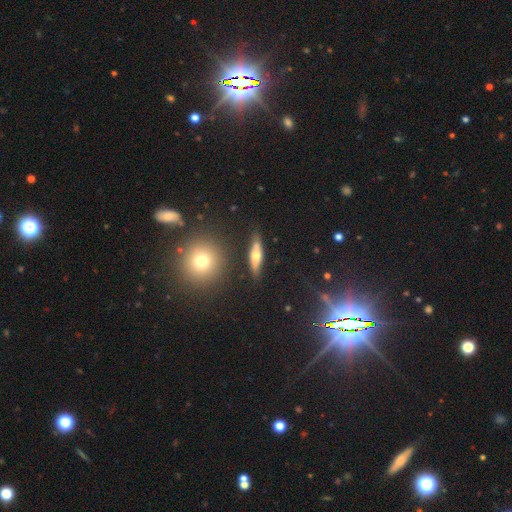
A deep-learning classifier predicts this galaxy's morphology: Smooth or featured? featured or disk (51%)
Edge-on disk? yes (83%)
Merging? none (81%)